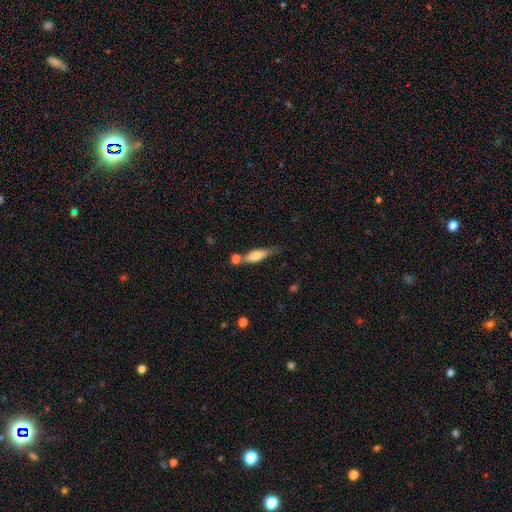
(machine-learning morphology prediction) smooth-or-featured: smooth: 69% | featured or disk: 24% | star or artifact: 7%
  how-rounded: cigar-shaped: 54% | in between: 44% | round: 3%
  merging: none: 44% | merger: 28% | minor disturbance: 21% | major disturbance: 7%